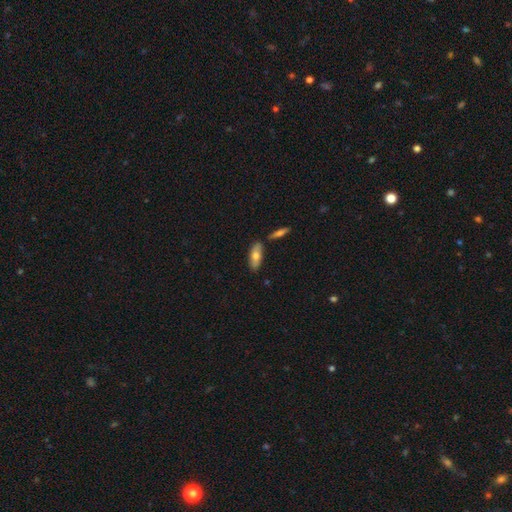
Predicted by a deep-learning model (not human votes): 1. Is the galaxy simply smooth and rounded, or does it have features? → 69% smooth, 25% featured or disk, 6% star or artifact.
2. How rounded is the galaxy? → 69% in between, 29% cigar-shaped, 2% round.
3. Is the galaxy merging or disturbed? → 76% none, 12% minor disturbance, 9% merger, 2% major disturbance.